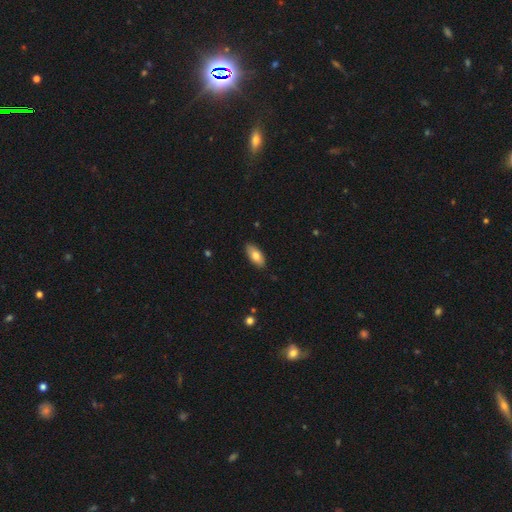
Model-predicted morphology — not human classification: smooth 78%, featured or disk 16%, star or artifact 6%. Down the decision tree: how rounded — in between (89%); merging — none (88%).